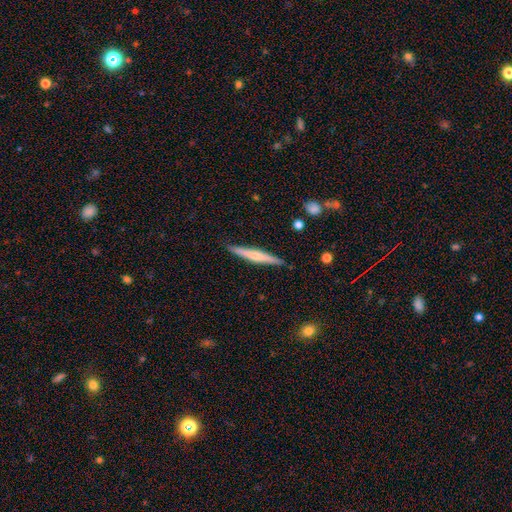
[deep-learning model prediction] Smooth or featured? featured or disk (51%)
Edge-on disk? yes (97%)
Merging? none (88%)